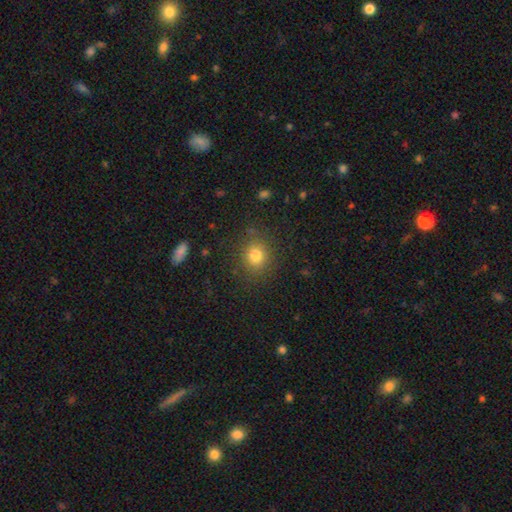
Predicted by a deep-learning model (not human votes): smooth-or-featured: smooth: 79% | star or artifact: 14% | featured or disk: 7%
  how-rounded: round: 80% | in between: 19% | cigar-shaped: 1%
  merging: none: 85% | minor disturbance: 10% | major disturbance: 4% | merger: 2%